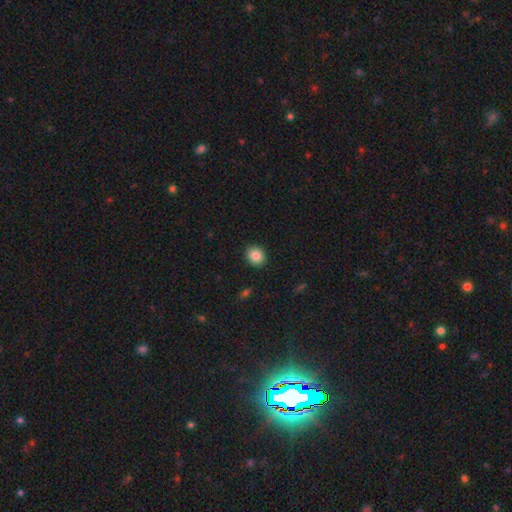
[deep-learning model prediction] Smooth or featured: smooth — 85% (star or artifact — 9%)
How rounded: round — 70% (in between — 29%)
Merging: none — 91% (minor disturbance — 6%)